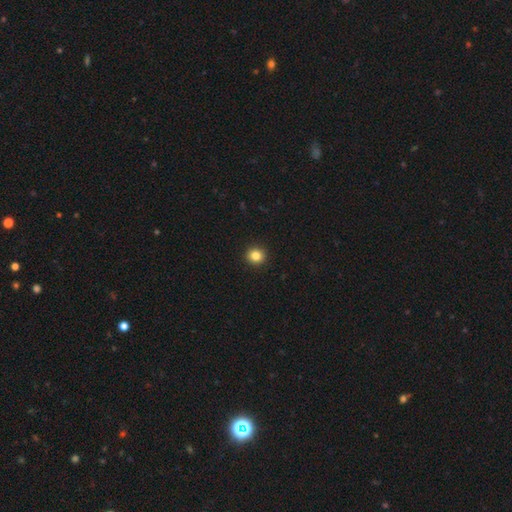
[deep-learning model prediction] Smooth or featured: smooth — 85% (star or artifact — 11%)
How rounded: round — 92% (in between — 7%)
Merging: none — 93% (minor disturbance — 4%)